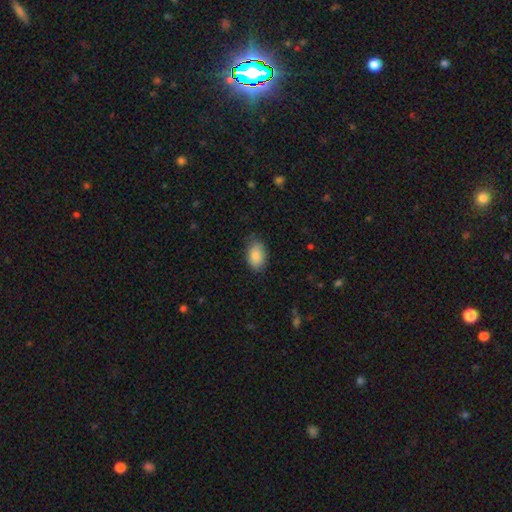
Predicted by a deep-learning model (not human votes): This appears to be a smooth galaxy with no disk features (87%) that is in between round and cigar-shaped (91%). Merging: none (76%).